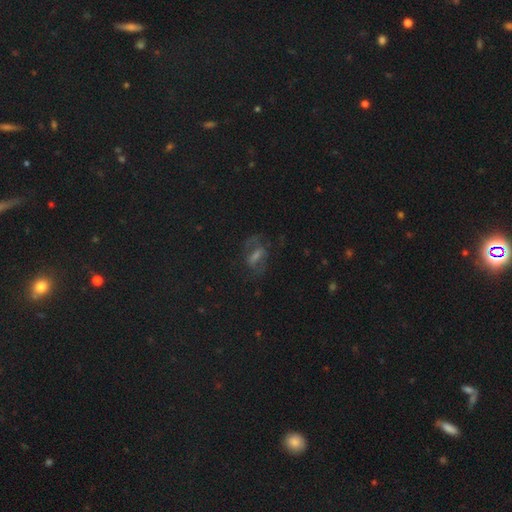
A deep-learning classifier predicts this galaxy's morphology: smooth-or-featured: star or artifact: 39% | featured or disk: 35% | smooth: 26%